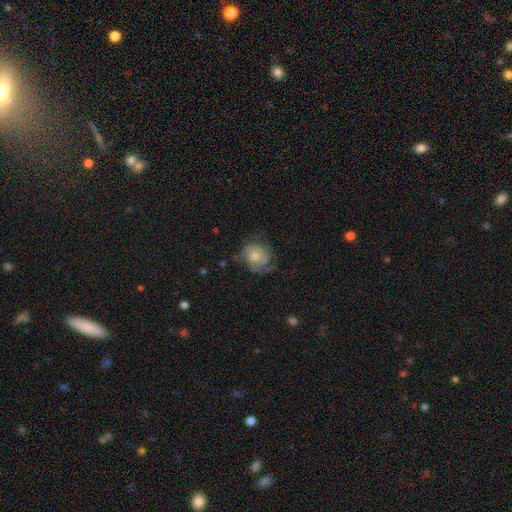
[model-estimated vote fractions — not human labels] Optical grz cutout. It shows a featured or disk galaxy (66%) with no bar (76%), 2 (34%) tight (54%) spiral arms (87%) and a moderate central bulge (50%). Merging: none (57%).